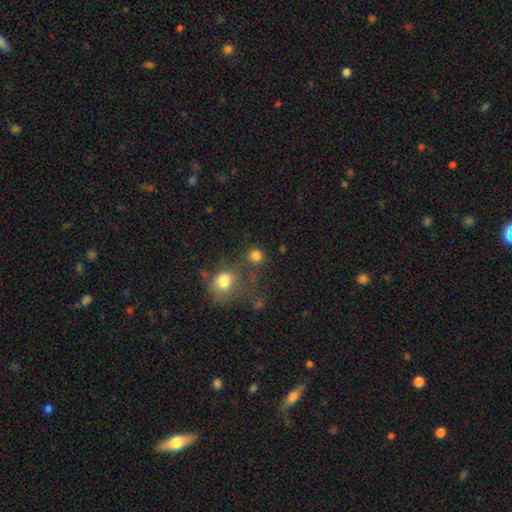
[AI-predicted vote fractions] Smooth or featured: smooth — 81% (star or artifact — 13%)
How rounded: round — 89% (in between — 10%)
Merging: none — 70% (merger — 16%)